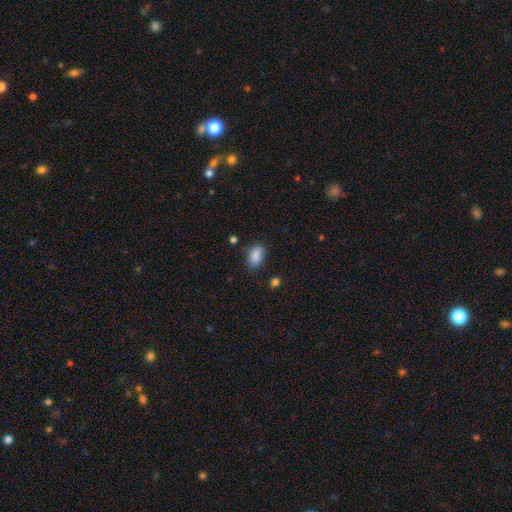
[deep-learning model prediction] This is clearly a smooth galaxy (87%). How rounded: clearly in between (89%). Merging: likely none (77%).